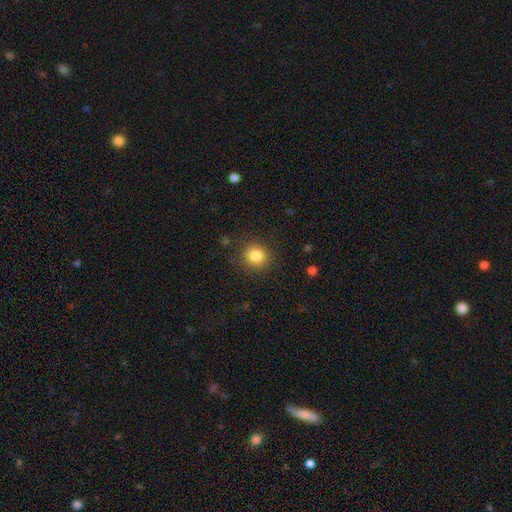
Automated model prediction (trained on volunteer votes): Smooth or featured? smooth (84%)
How rounded? round (87%)
Merging? none (87%)